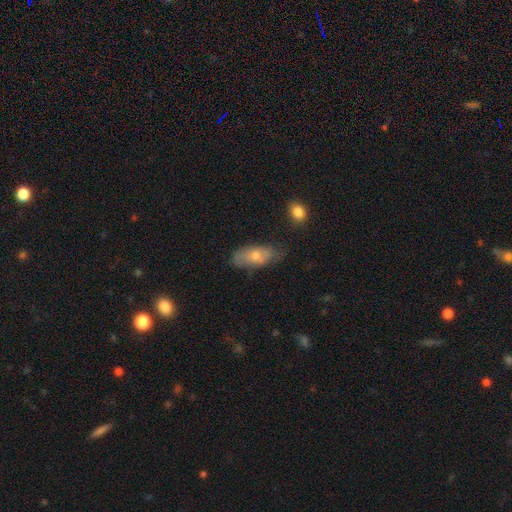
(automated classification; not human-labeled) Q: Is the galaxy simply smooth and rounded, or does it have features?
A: smooth — 53%.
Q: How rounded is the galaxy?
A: in between — 82%.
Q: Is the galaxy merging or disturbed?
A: none — 60%.